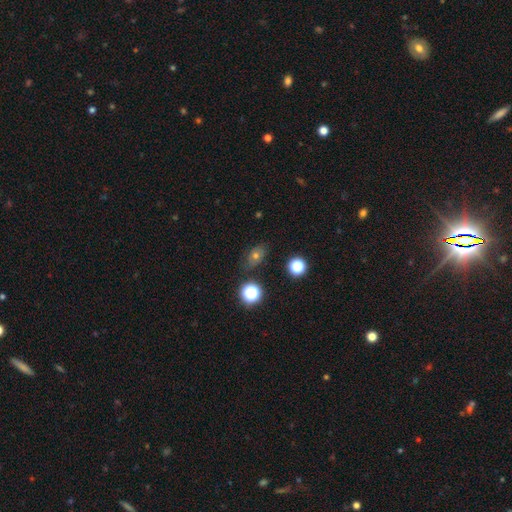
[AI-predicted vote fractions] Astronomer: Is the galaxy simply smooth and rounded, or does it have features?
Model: smooth — 57%.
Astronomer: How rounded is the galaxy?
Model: in between — 65%.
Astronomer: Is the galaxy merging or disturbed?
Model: none — 79%.